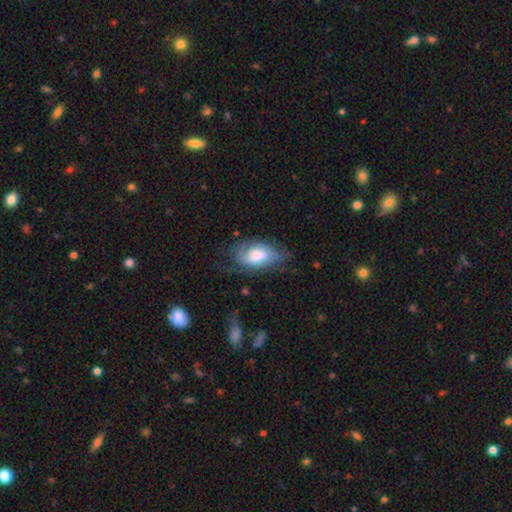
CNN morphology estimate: Smooth or featured: featured or disk — 51% (smooth — 42%)
Edge-on disk: no — 93% (yes — 7%)
Merging: none — 53% (minor disturbance — 27%)